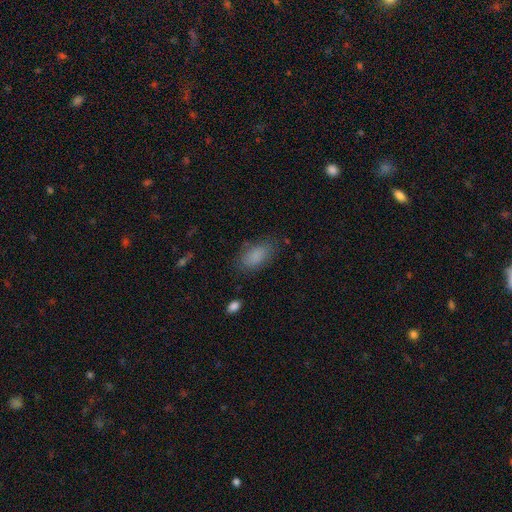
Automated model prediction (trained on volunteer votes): Smooth or featured: smooth — 86% (star or artifact — 8%)
How rounded: in between — 92% (round — 5%)
Merging: none — 75% (minor disturbance — 18%)